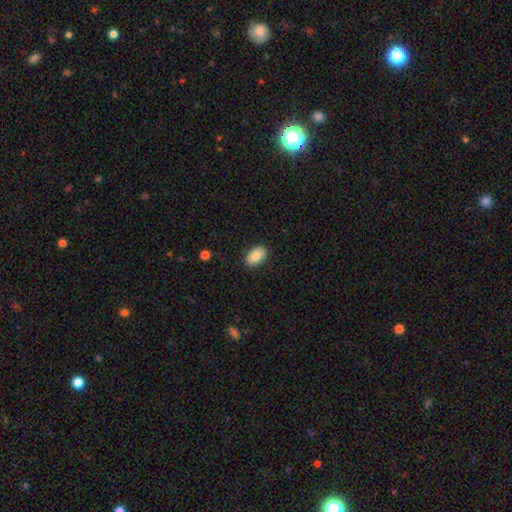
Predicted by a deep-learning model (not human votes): Smooth or featured? smooth (83%)
How rounded? in between (90%)
Merging? none (89%)